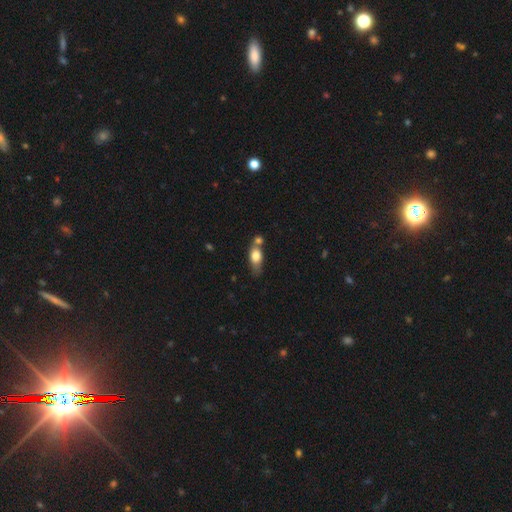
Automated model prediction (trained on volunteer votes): Overall: smooth (74%). How rounded: in between (75%). Merging: none (39%; merger 36%).